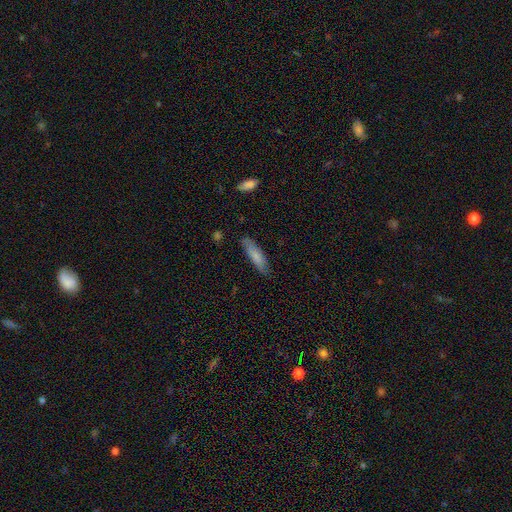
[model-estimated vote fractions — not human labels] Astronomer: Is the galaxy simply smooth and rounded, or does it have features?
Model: smooth — 76%.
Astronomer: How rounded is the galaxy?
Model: cigar-shaped — 68%.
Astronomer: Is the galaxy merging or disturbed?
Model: none — 81%.